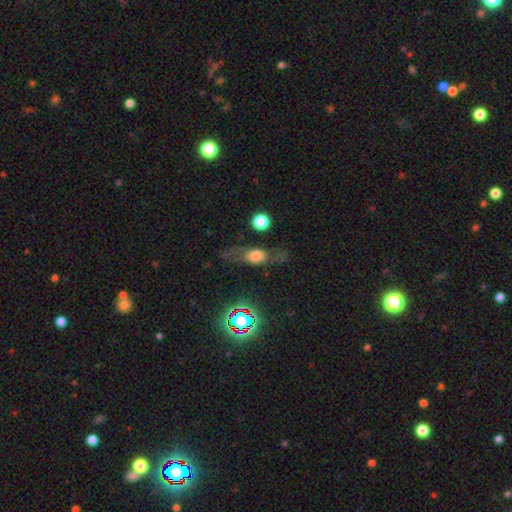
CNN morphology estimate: smooth_or_featured: smooth (p=0.44) [alt: featured or disk p=0.42]
merging: none (p=0.59) [alt: minor disturbance p=0.20]